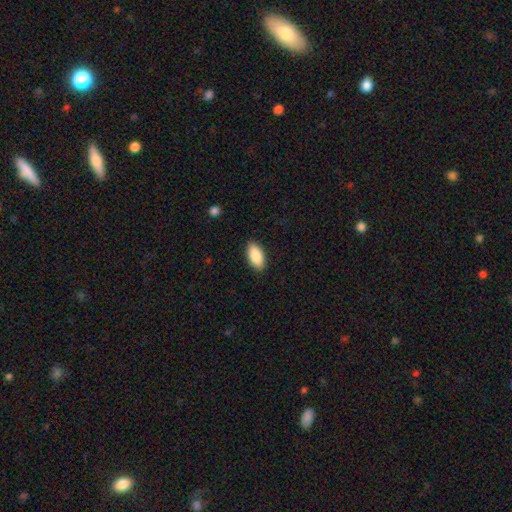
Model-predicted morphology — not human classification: Smooth or featured?
  - smooth: 88% *
  - star or artifact: 6%
  - featured or disk: 6%
How rounded?
  - in between: 93% *
  - cigar-shaped: 4%
  - round: 3%
Merging?
  - none: 89% *
  - minor disturbance: 8%
  - major disturbance: 2%
  - merger: 1%